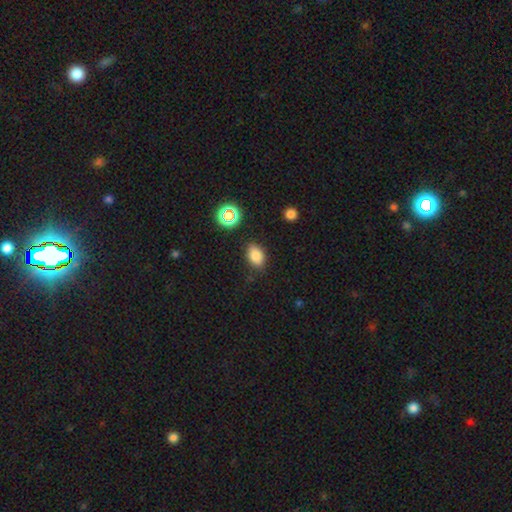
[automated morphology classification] smooth-or-featured: smooth: 80% | star or artifact: 13% | featured or disk: 7%
  how-rounded: in between: 85% | round: 13% | cigar-shaped: 2%
  merging: none: 81% | minor disturbance: 13% | major disturbance: 3% | merger: 2%